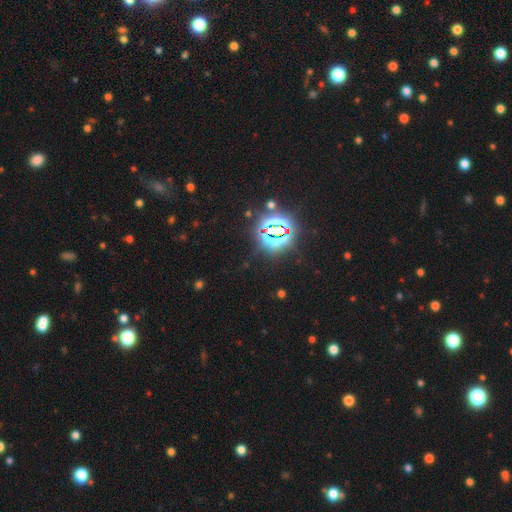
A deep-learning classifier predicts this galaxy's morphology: Smooth or featured? star or artifact (83%)